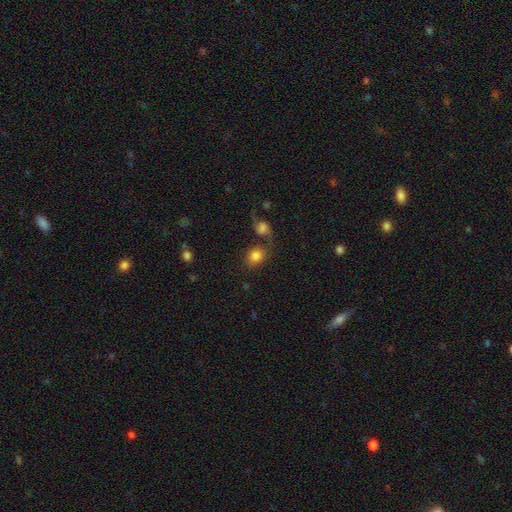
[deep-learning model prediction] Smooth or featured? smooth (77%)
How rounded? round (60%)
Merging? none (45%)